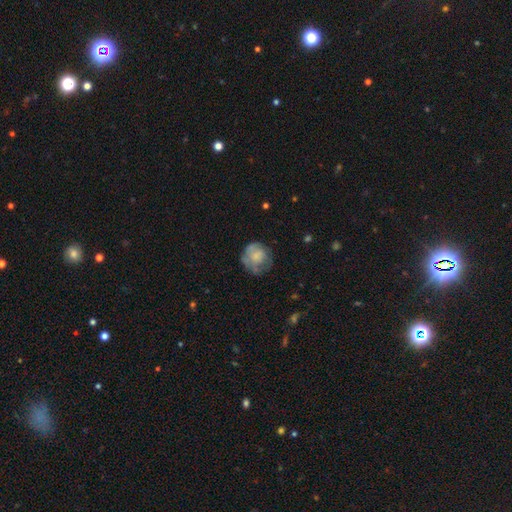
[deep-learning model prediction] Morphology: type=smooth (59%); roundness=round (84%); merging=none (57%).